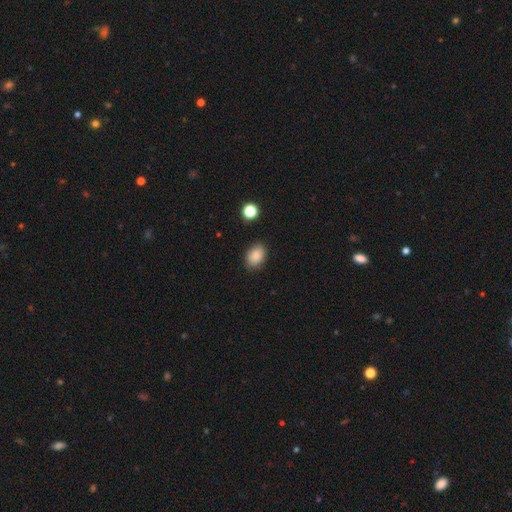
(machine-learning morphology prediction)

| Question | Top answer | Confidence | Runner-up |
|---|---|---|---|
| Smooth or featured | smooth | 86% | star or artifact (9%) |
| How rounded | in between | 78% | round (21%) |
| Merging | none | 84% | minor disturbance (12%) |